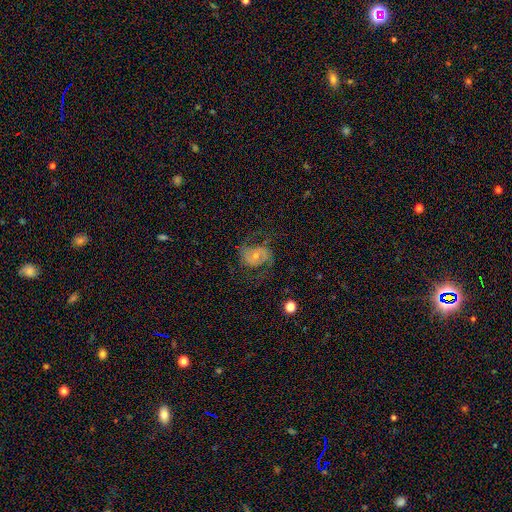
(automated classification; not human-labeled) featured or disk 78%, smooth 15%, star or artifact 8%. Down the decision tree: edge-on disk — no (97%); bar — no (52%); spiral arms — yes (90%); spiral arm count — 2 (86%); spiral winding — medium (50%); bulge size — small (51%); merging — none (62%).